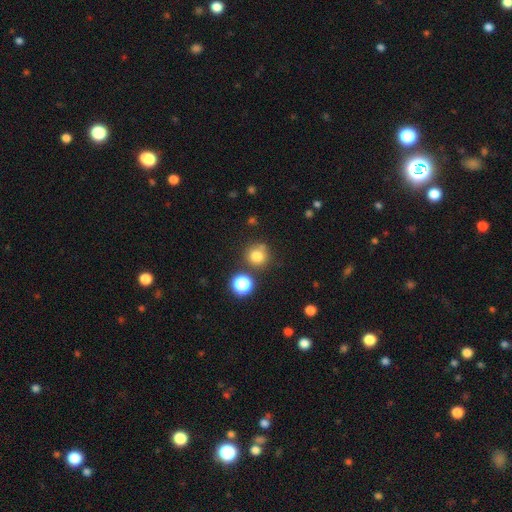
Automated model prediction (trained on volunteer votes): Morphology: type=smooth (79%); roundness=round (92%); merging=none (74%).